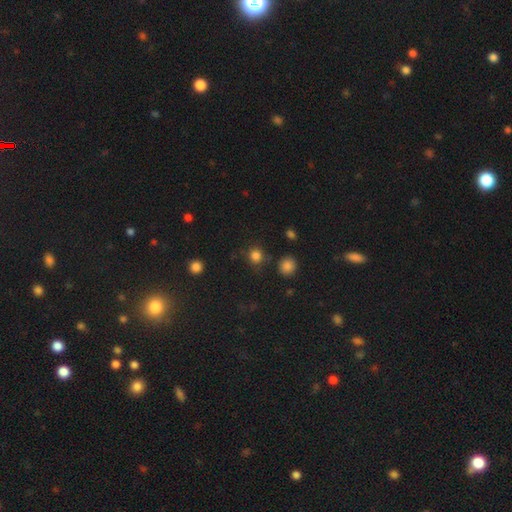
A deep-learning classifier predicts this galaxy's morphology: Smooth or featured? smooth (81%)
How rounded? round (90%)
Merging? none (81%)